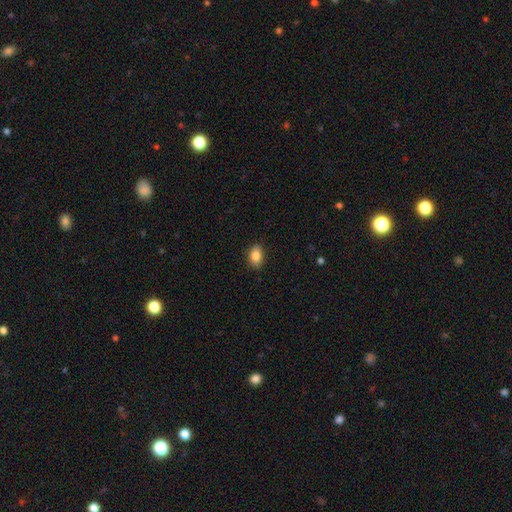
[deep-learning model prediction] smooth-or-featured: smooth: 85% | star or artifact: 8% | featured or disk: 7%
  how-rounded: in between: 83% | round: 15% | cigar-shaped: 2%
  merging: none: 88% | minor disturbance: 9% | major disturbance: 2% | merger: 1%